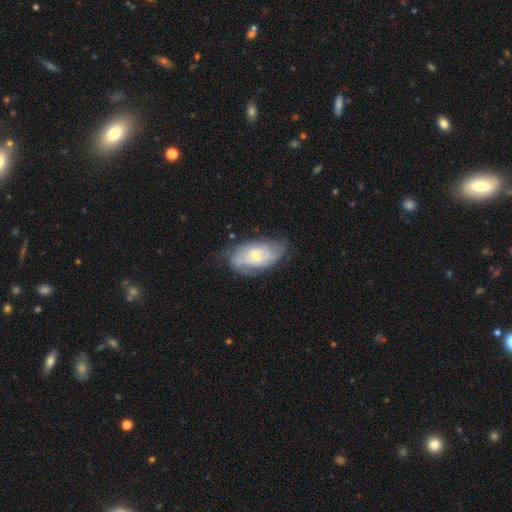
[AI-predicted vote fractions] Q: Smooth or featured?
A: featured or disk (59%); runner-up: smooth (34%)
Q: Edge-on disk?
A: no (92%); runner-up: yes (8%)
Q: Bar?
A: no (57%); runner-up: weak (36%)
Q: Spiral arms?
A: yes (74%); runner-up: no (26%)
Q: Bulge size?
A: small (51%); runner-up: moderate (44%)
Q: Merging?
A: none (65%); runner-up: minor disturbance (25%)